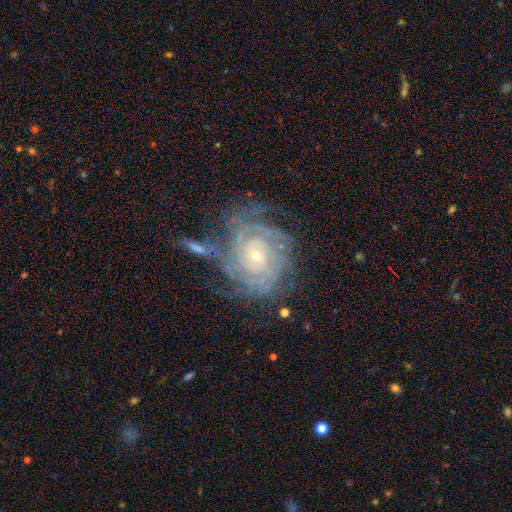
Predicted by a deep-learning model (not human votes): Smooth or featured? featured or disk (88%)
Edge-on disk? no (97%)
Bar? no (66%)
Spiral arms? yes (97%)
Spiral winding? tight (82%)
Spiral arm count? can't tell (32%)
Bulge size? small (73%)
Merging? none (61%)